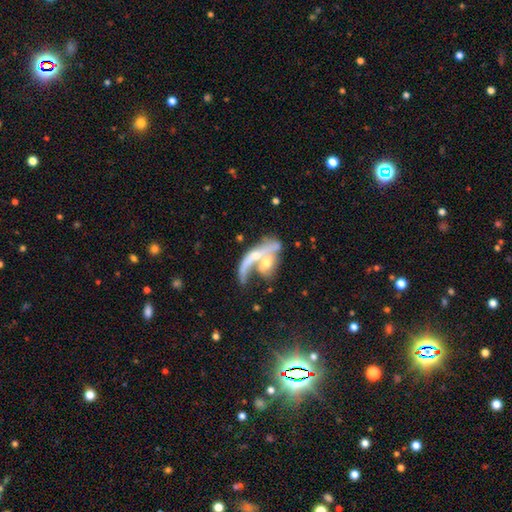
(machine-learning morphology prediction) smooth-or-featured: featured or disk: 56% | smooth: 37% | star or artifact: 8%
  disk-edge-on: no: 80% | yes: 20%
  merging: merger: 62% | major disturbance: 18% | none: 13% | minor disturbance: 7%